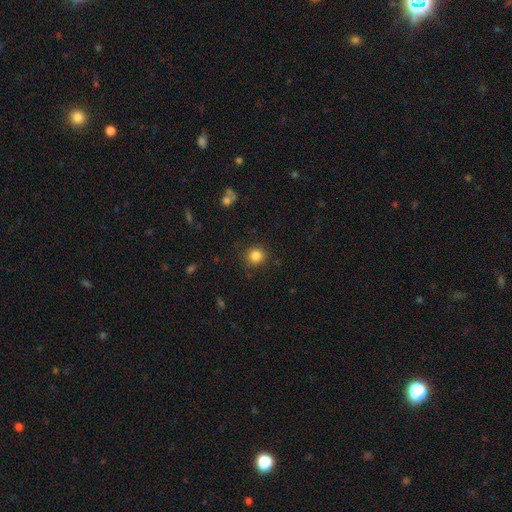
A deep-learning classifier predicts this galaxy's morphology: This appears to be a smooth galaxy with no disk features (84%) that is round (91%). Merging: none (88%).